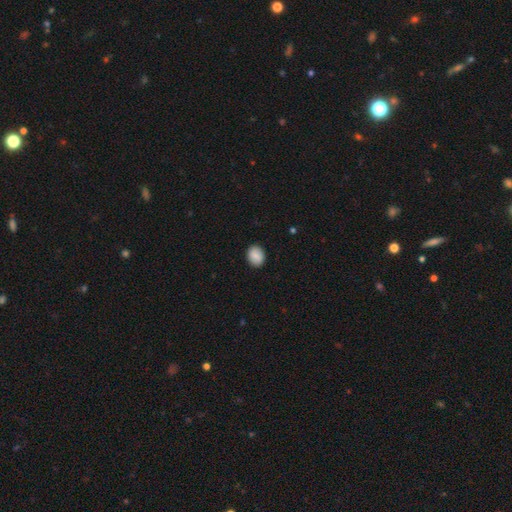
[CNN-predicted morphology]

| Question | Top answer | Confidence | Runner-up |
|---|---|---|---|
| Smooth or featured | smooth | 86% | featured or disk (7%) |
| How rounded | round | 53% | in between (46%) |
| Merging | none | 89% | minor disturbance (8%) |